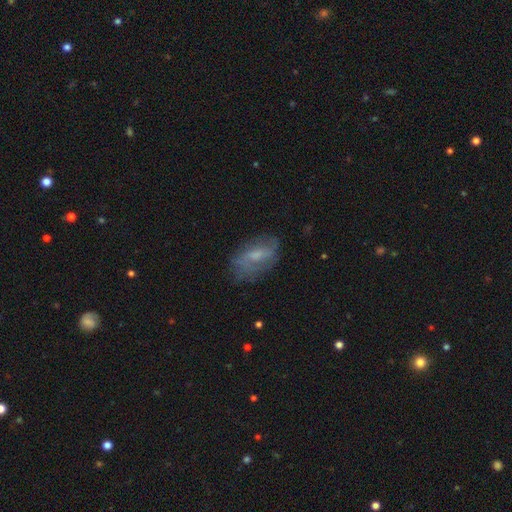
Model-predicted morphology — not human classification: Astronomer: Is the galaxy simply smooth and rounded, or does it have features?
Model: smooth — 47% (runner-up: featured or disk, 44%).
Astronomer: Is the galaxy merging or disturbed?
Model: none — 61%.